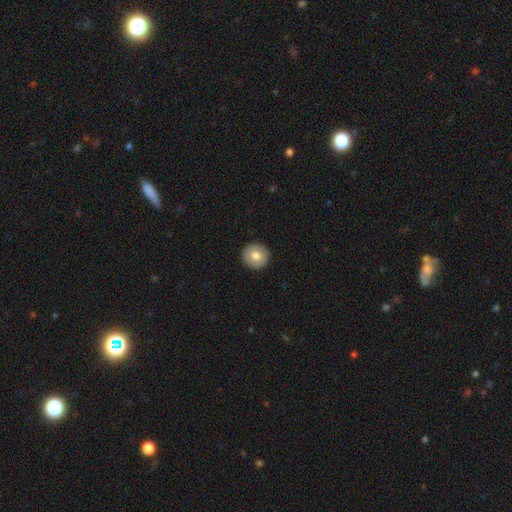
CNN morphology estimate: Q: Smooth or featured?
A: smooth (77%); runner-up: featured or disk (16%)
Q: How rounded?
A: round (94%); runner-up: in between (5%)
Q: Merging?
A: none (92%); runner-up: minor disturbance (5%)